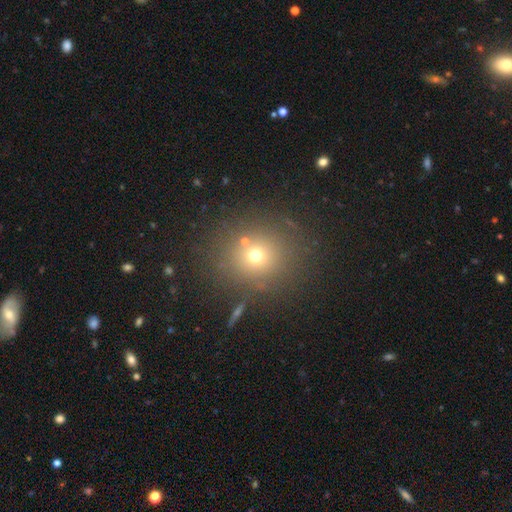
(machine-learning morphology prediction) Smooth or featured? smooth (66%)
How rounded? round (85%)
Merging? none (81%)